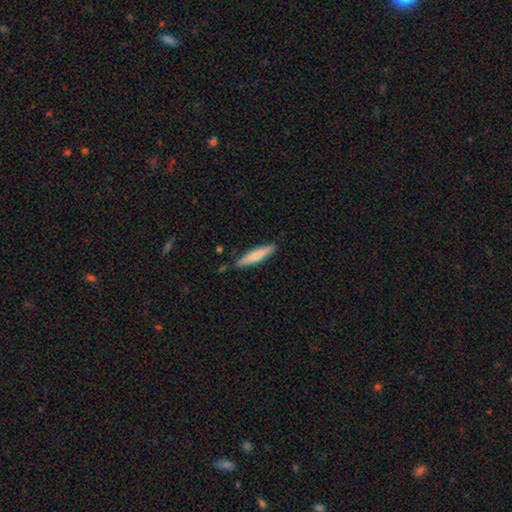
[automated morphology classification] This is likely a smooth galaxy (70%). How rounded: clearly cigar-shaped (88%). Merging: clearly none (84%).